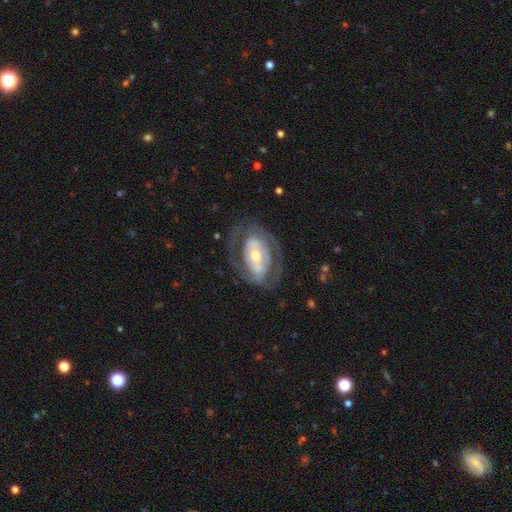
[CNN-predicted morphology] smooth-or-featured: featured or disk: 77% | smooth: 18% | star or artifact: 5%
  disk-edge-on: no: 94% | yes: 6%
    bar: no: 40% | strong: 31% | weak: 29%
    has-spiral-arms: yes: 65% | no: 35%
    bulge-size: moderate: 57% | small: 35% | large: 6% | dominant: 1% | none: 1%
  merging: none: 67% | minor disturbance: 16% | major disturbance: 16% | merger: 1%